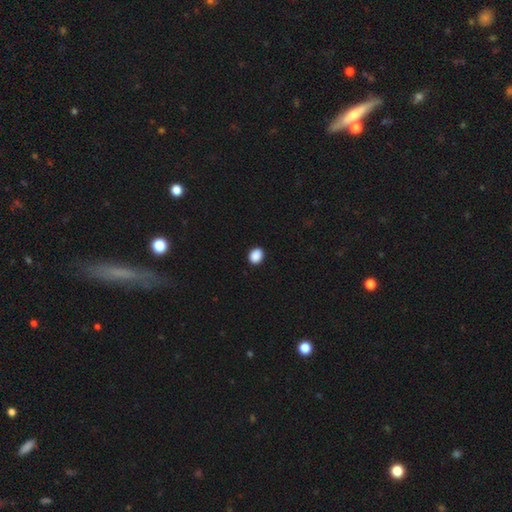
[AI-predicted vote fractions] Q: Smooth or featured?
A: smooth (90%); runner-up: star or artifact (8%)
Q: How rounded?
A: in between (52%); runner-up: round (47%)
Q: Merging?
A: none (91%); runner-up: minor disturbance (6%)